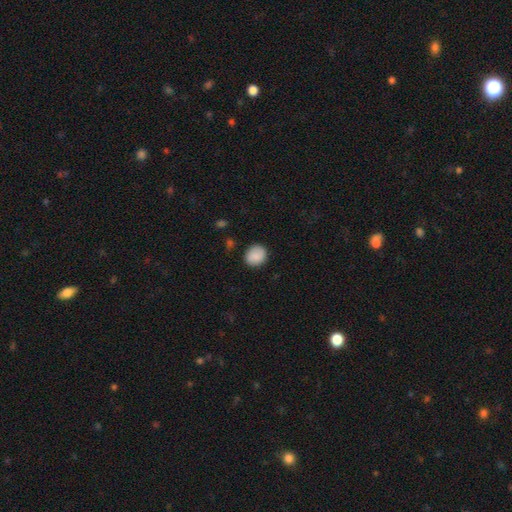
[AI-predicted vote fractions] A smooth galaxy with no disk features (87%) that is round (73%).

Vote fractions:
- Smooth or featured? smooth: 87% / star or artifact: 7% / featured or disk: 5%
- How rounded? round: 73% / in between: 26% / cigar-shaped: 1%
- Merging? none: 86% / minor disturbance: 10% / major disturbance: 3% / merger: 1%